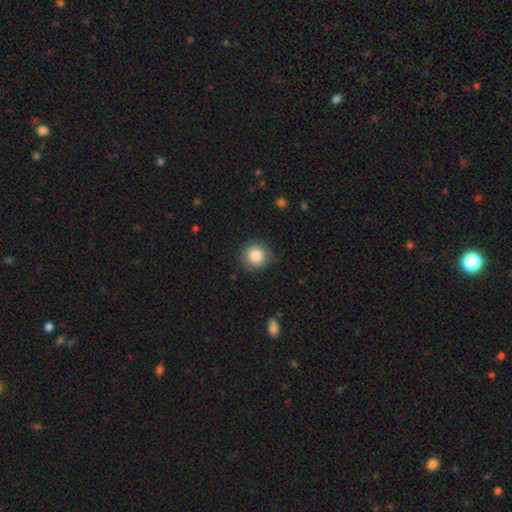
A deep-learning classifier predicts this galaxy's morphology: smooth 85%, star or artifact 9%, featured or disk 6%. Down the decision tree: how rounded — round (93%); merging — none (85%).